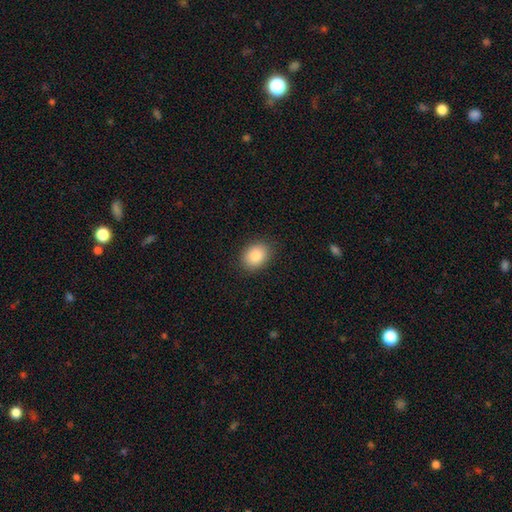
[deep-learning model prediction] This is clearly a smooth galaxy (85%). How rounded: likely in between (62%). Merging: clearly none (88%).